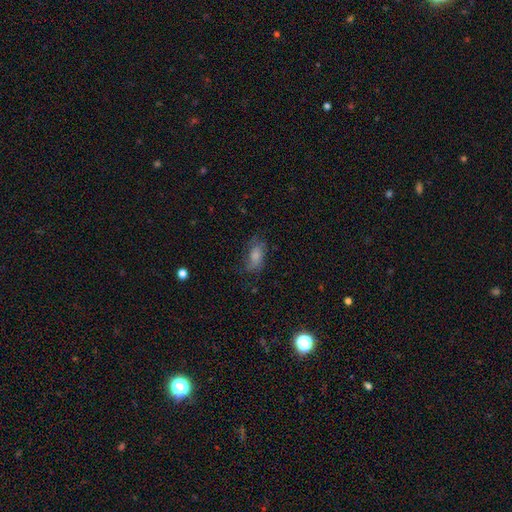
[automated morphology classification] Smooth or featured? Predicted: smooth (p=0.66). How rounded? Predicted: in between (p=0.87). Merging? Predicted: none (p=0.57).